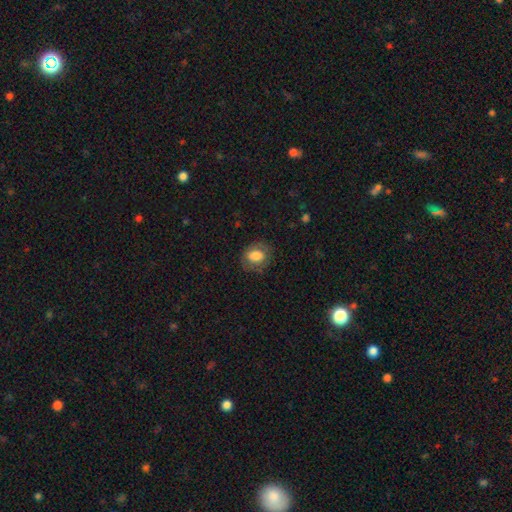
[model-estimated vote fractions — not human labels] Morphology: type=smooth (73%); roundness=round (50%); merging=none (77%).